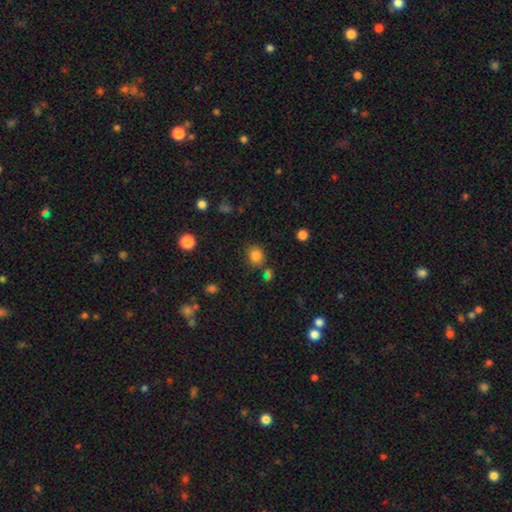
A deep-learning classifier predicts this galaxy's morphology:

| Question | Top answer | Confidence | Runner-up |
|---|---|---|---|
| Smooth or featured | smooth | 82% | star or artifact (13%) |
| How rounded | round | 75% | in between (24%) |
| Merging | none | 77% | minor disturbance (11%) |